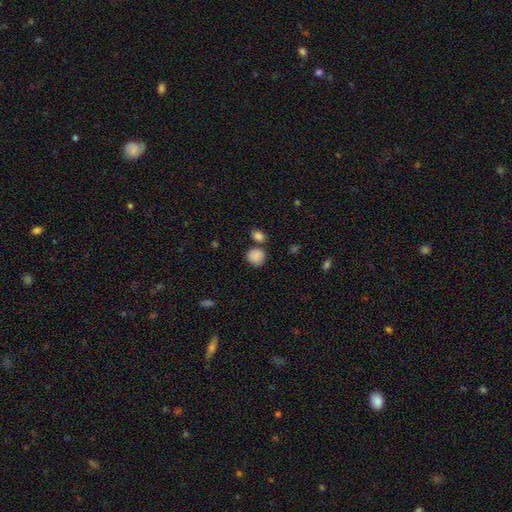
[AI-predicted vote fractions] This is clearly a smooth galaxy (86%). How rounded: likely round (78%). Merging: likely none (61%).